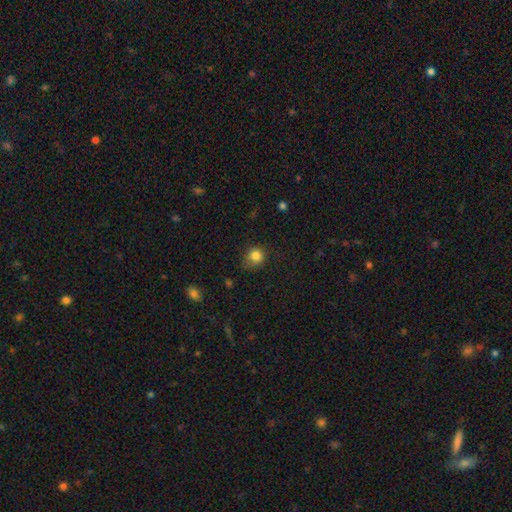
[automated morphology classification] type=smooth (83%); roundness=round (87%); merging=none (74%).